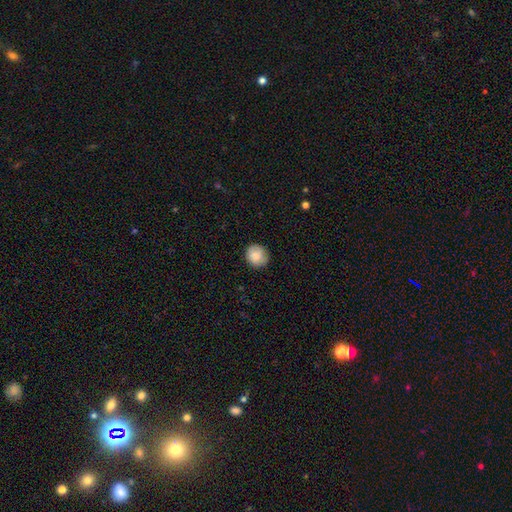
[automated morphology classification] Smooth or featured? Predicted: smooth (p=0.83). How rounded? Predicted: round (p=0.88). Merging? Predicted: none (p=0.82).